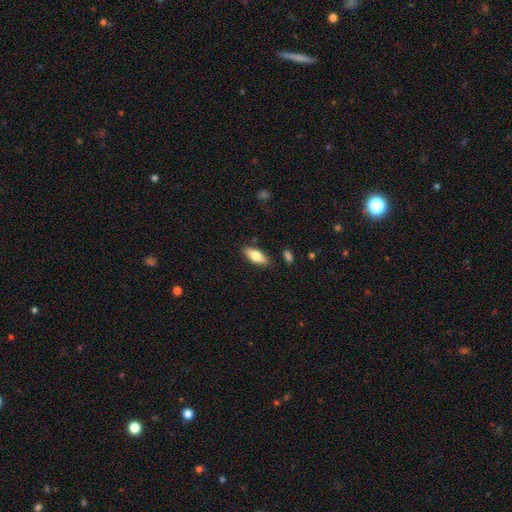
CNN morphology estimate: Overall: smooth (70%). How rounded: in between (71%). Merging: none (84%).